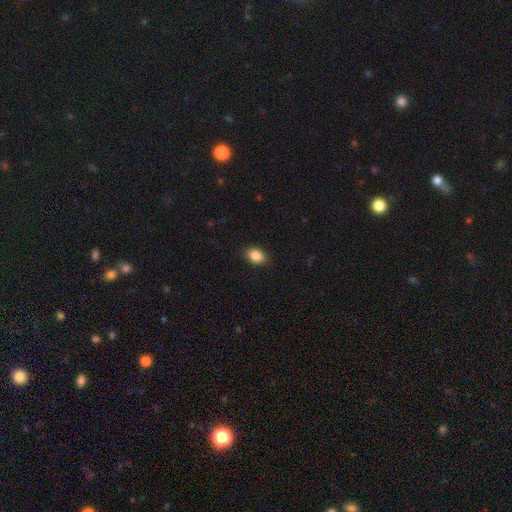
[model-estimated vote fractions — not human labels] smooth_or_featured: smooth (p=0.88) [alt: star or artifact p=0.08]
how_rounded: in between (p=0.80) [alt: round p=0.19]
merging: none (p=0.89) [alt: minor disturbance p=0.08]